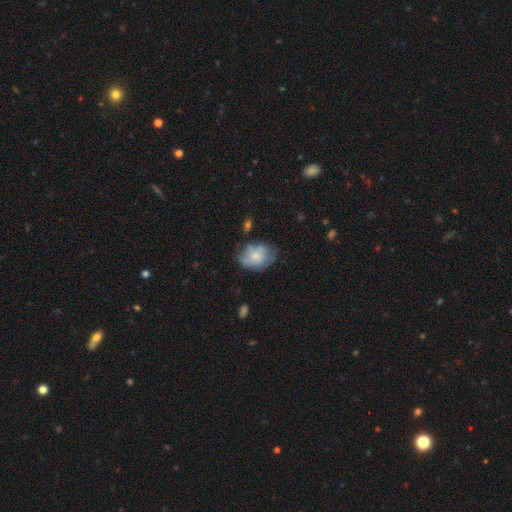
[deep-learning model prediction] smooth_or_featured: smooth (p=0.53) [alt: featured or disk p=0.39]
how_rounded: in between (p=0.63) [alt: round p=0.36]
merging: none (p=0.49) [alt: minor disturbance p=0.30]